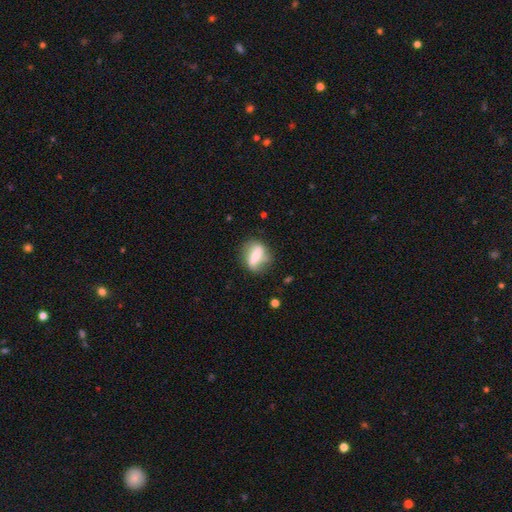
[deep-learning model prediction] Overall: smooth (51%; featured or disk 41%). How rounded: in between (59%; round 23%). Merging: none (63%).